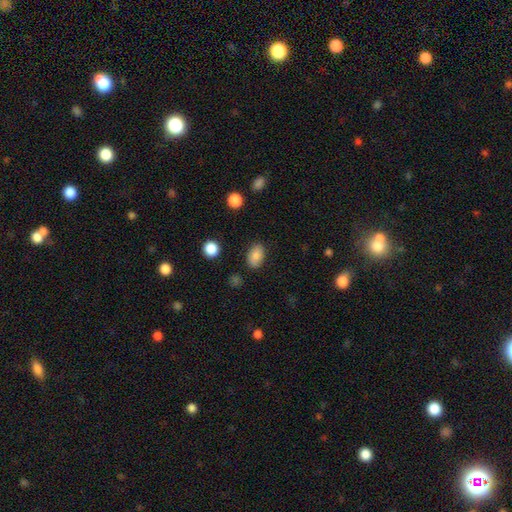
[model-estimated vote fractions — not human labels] Smooth or featured? smooth (84%)
How rounded? in between (88%)
Merging? none (84%)